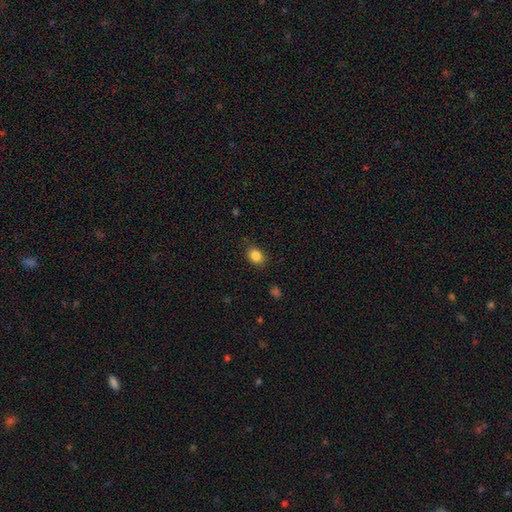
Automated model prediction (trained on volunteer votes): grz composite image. It shows a smooth galaxy with no disk features (85%) that is in between round and cigar-shaped (53%). Merging: none (83%).